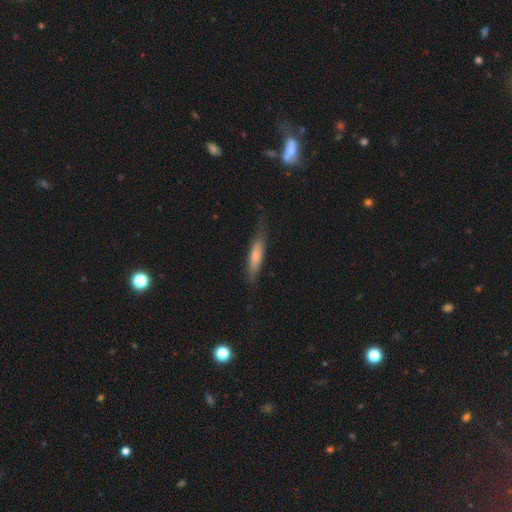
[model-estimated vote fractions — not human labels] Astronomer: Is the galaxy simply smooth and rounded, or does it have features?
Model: smooth — 71%.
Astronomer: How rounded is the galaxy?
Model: cigar-shaped — 80%.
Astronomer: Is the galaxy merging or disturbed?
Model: none — 72%.